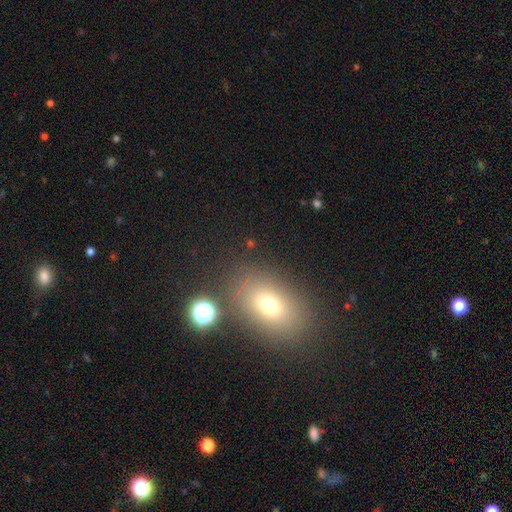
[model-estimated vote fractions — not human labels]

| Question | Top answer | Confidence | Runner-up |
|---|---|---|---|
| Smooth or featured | smooth | 64% | star or artifact (23%) |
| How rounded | in between | 74% | round (23%) |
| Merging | none | 82% | minor disturbance (9%) |